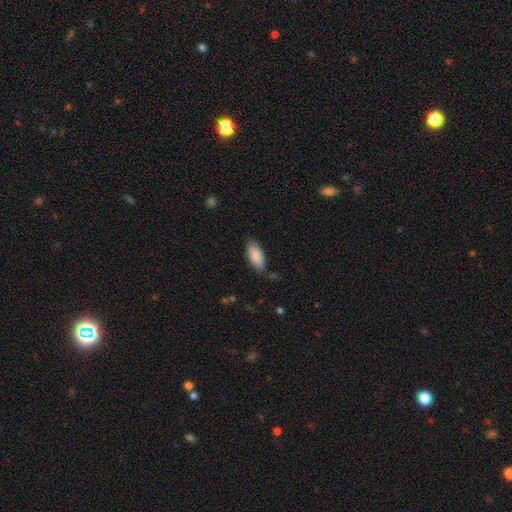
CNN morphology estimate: This appears to be a smooth galaxy with no disk features (88%) that is in between round and cigar-shaped (85%). Merging: none (81%).